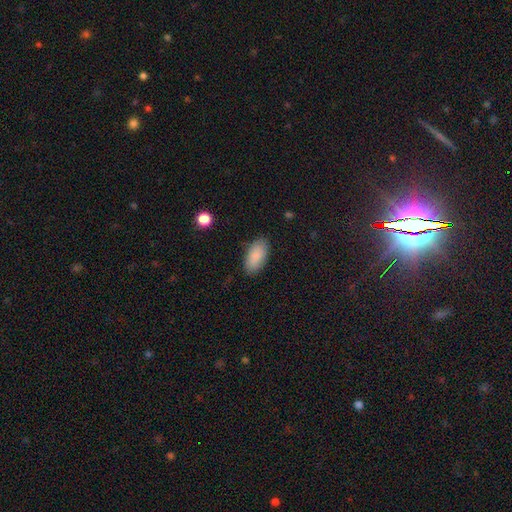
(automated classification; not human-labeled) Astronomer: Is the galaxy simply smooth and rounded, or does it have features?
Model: smooth — 88%.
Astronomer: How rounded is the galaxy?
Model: in between — 93%.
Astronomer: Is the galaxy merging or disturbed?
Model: none — 86%.